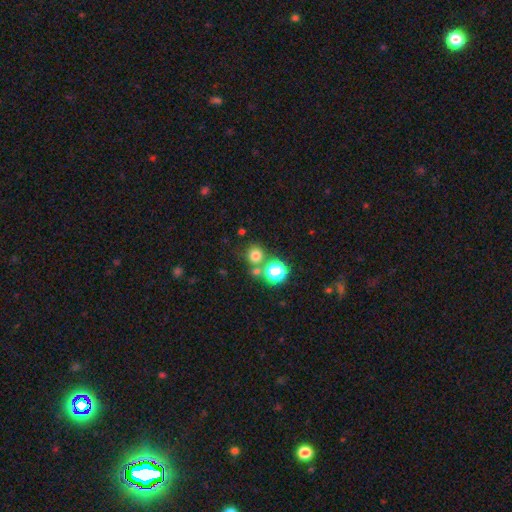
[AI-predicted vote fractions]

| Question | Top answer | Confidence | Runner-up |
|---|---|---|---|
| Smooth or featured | smooth | 73% | star or artifact (20%) |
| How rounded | round | 88% | in between (11%) |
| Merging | none | 68% | merger (20%) |